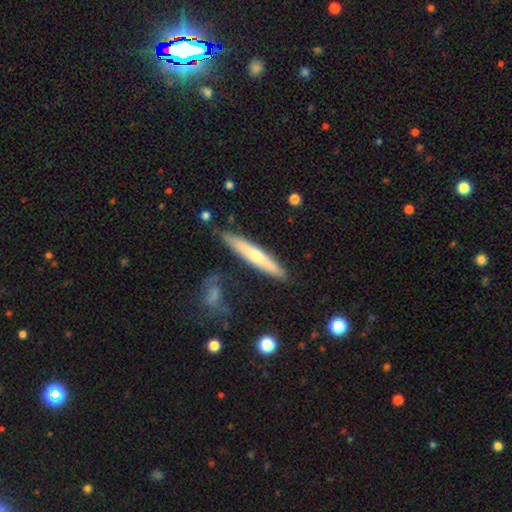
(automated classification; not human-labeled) Smooth or featured? Predicted: smooth (p=0.50). Merging? Predicted: none (p=0.83).